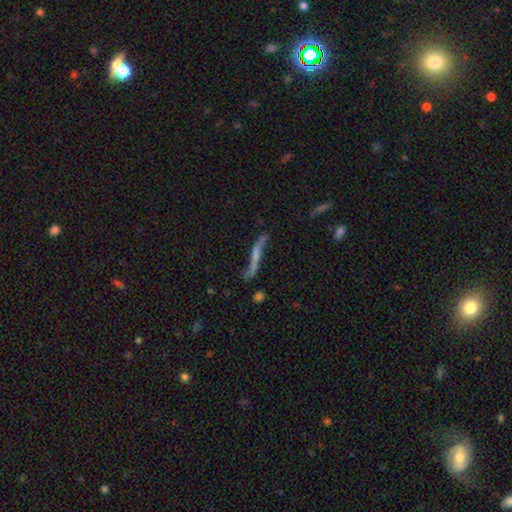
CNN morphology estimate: A featured or disk galaxy (61%) viewed edge-on (53%).

Vote fractions:
- Smooth or featured? featured or disk: 61% / smooth: 30% / star or artifact: 10%
- Edge-on disk? yes: 53% / no: 47%
- Merging? none: 54% / minor disturbance: 24% / major disturbance: 15% / merger: 8%